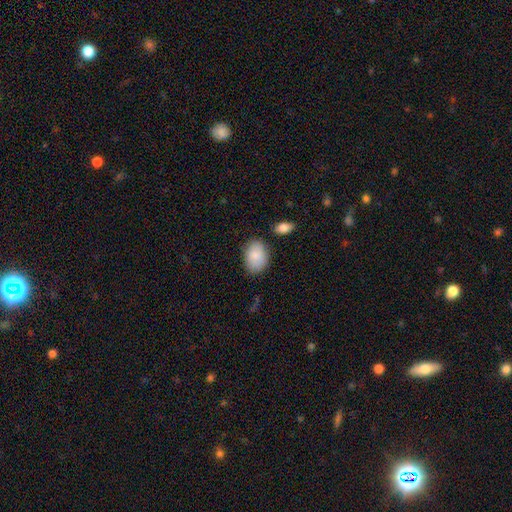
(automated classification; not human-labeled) Smooth or featured? Predicted: smooth (p=0.86). How rounded? Predicted: in between (p=0.82). Merging? Predicted: none (p=0.78).